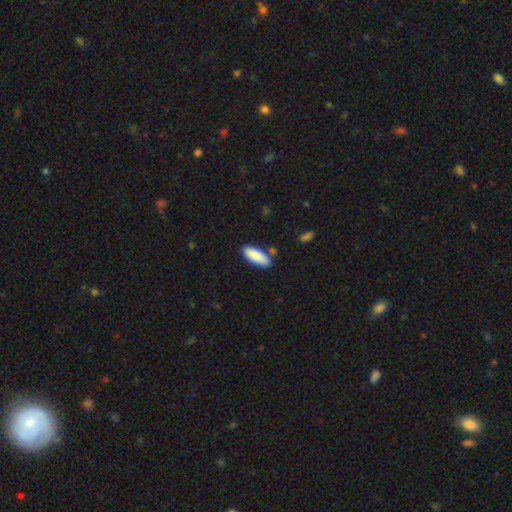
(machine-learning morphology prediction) Smooth or featured?
  - smooth: 88% *
  - featured or disk: 6%
  - star or artifact: 6%
How rounded?
  - in between: 72% *
  - cigar-shaped: 26%
  - round: 2%
Merging?
  - none: 82% *
  - minor disturbance: 11%
  - merger: 5%
  - major disturbance: 2%